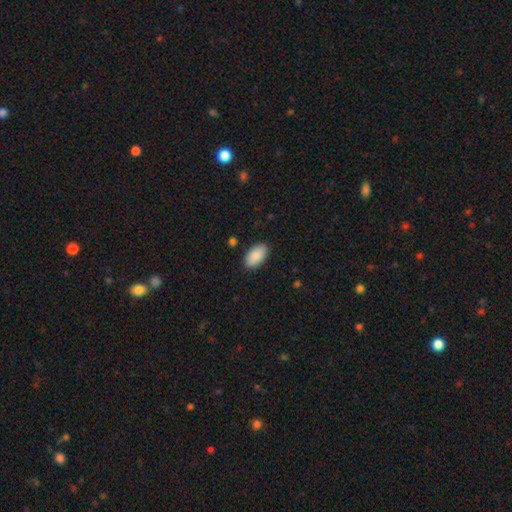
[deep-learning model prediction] Smooth or featured? Predicted: smooth (p=0.89). How rounded? Predicted: in between (p=0.95). Merging? Predicted: none (p=0.89).